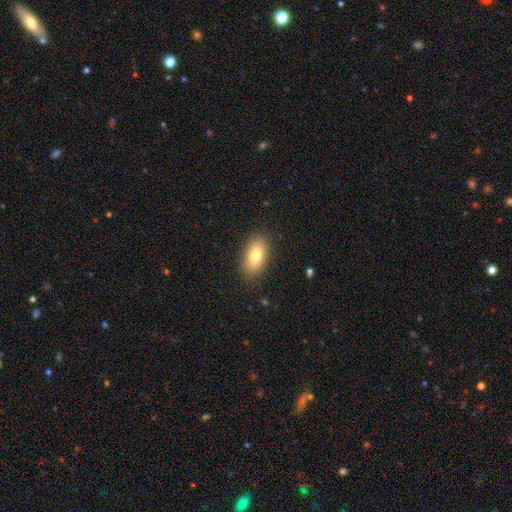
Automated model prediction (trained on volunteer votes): The model was most divided on "smooth or featured": smooth: 78%, featured or disk: 14%, star or artifact: 8%. More confident: how rounded — in between (89%); merging — none (86%).